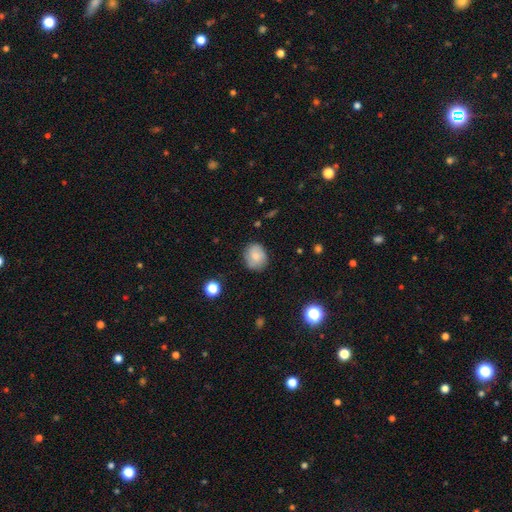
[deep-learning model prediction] This is likely a smooth galaxy (75%). How rounded: likely round (66%). Merging: likely none (78%).